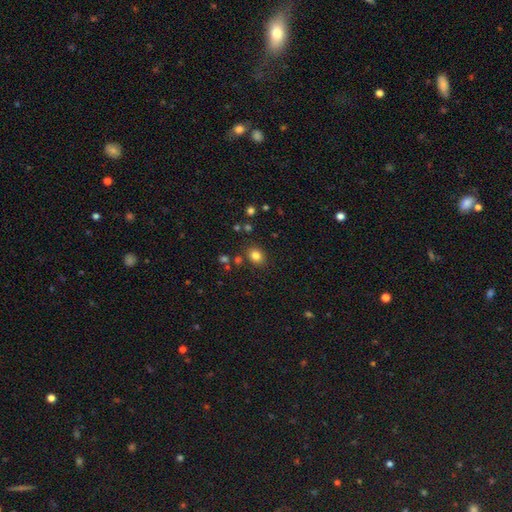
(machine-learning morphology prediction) This appears to be a smooth galaxy with no disk features (81%) that is in between round and cigar-shaped (50%). Merging: none (84%).